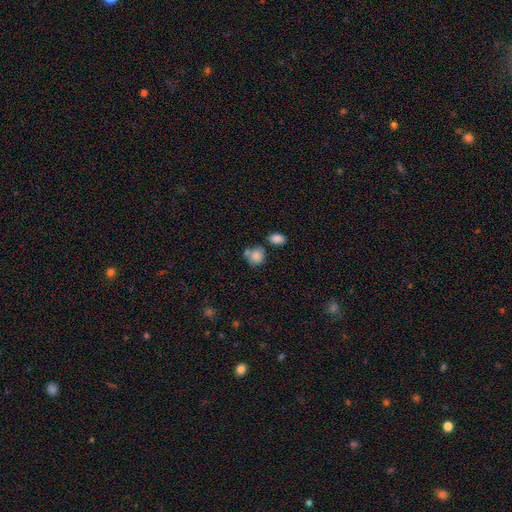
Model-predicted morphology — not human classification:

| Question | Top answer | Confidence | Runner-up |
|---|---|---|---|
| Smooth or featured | smooth | 84% | star or artifact (9%) |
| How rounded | round | 73% | in between (26%) |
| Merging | none | 52% | merger (28%) |